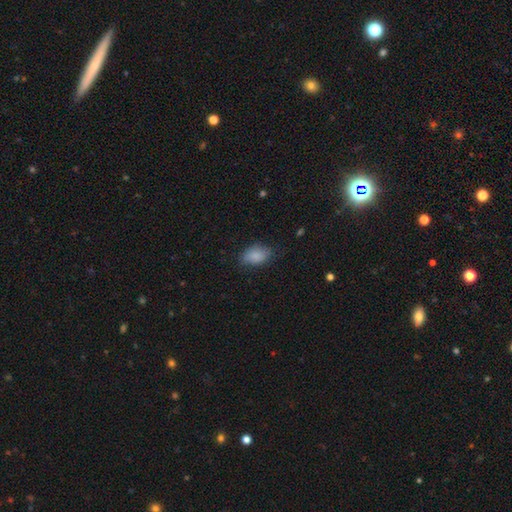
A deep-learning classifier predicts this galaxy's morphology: Overall: smooth (85%). How rounded: in between (87%). Merging: none (67%).